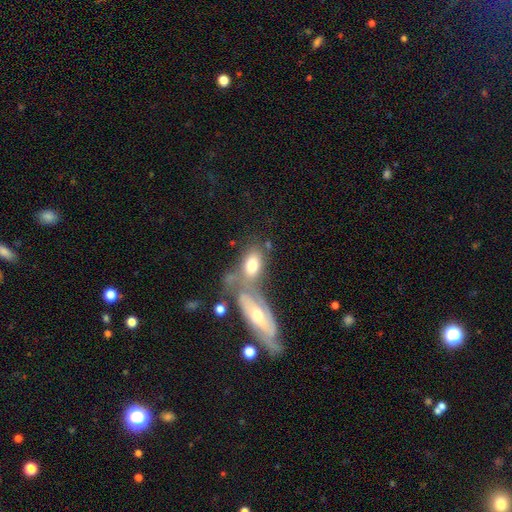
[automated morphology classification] A smooth galaxy with no disk features (61%) that is in between round and cigar-shaped (83%).

Vote fractions:
- Smooth or featured? smooth: 61% / featured or disk: 31% / star or artifact: 8%
- How rounded? in between: 83% / round: 9% / cigar-shaped: 8%
- Merging? merger: 47% / none: 33% / minor disturbance: 13% / major disturbance: 7%